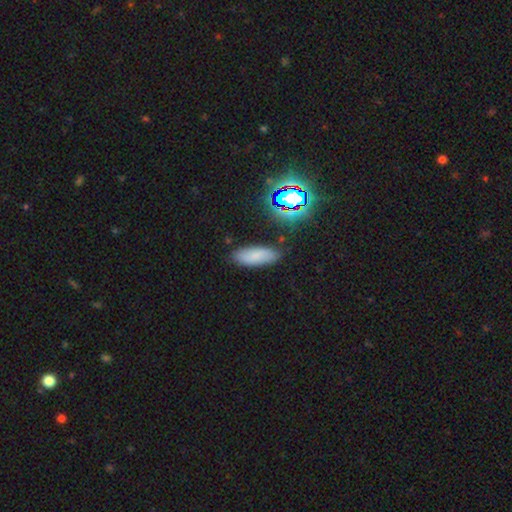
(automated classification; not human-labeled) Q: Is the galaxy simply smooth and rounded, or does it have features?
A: smooth — 74%.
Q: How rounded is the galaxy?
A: in between — 70%.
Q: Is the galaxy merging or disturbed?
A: none — 84%.